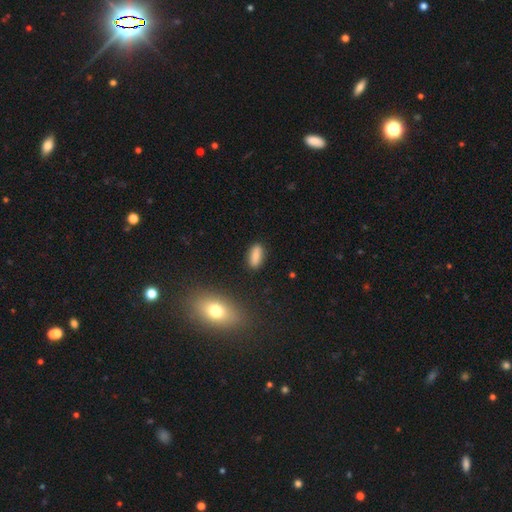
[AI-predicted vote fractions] Q: Smooth or featured?
A: smooth (82%); runner-up: featured or disk (10%)
Q: How rounded?
A: in between (76%); runner-up: cigar-shaped (20%)
Q: Merging?
A: none (85%); runner-up: minor disturbance (10%)